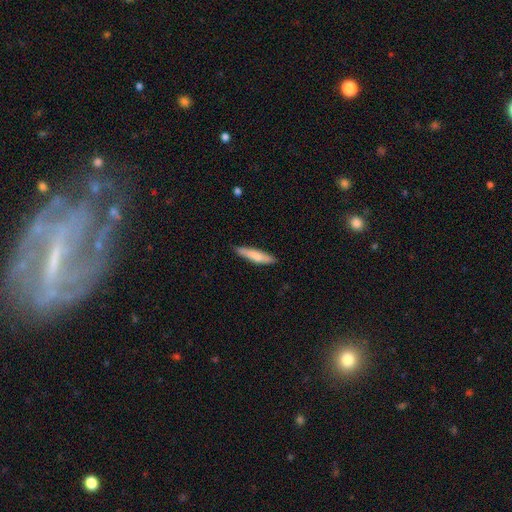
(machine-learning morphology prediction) Q: Smooth or featured?
A: smooth (76%); runner-up: featured or disk (19%)
Q: How rounded?
A: cigar-shaped (86%); runner-up: in between (12%)
Q: Merging?
A: none (86%); runner-up: minor disturbance (11%)